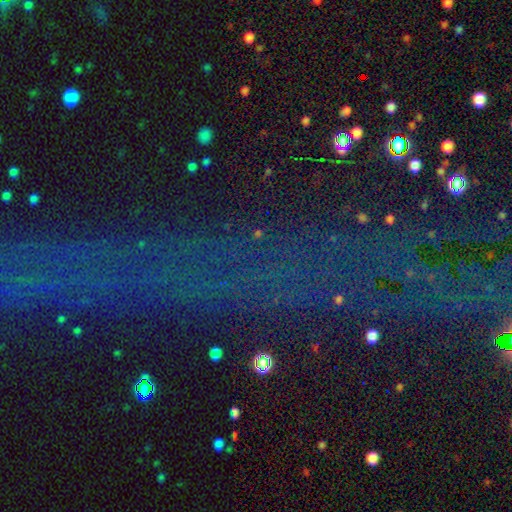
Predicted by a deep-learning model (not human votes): Morphology: type=star or artifact (69%).